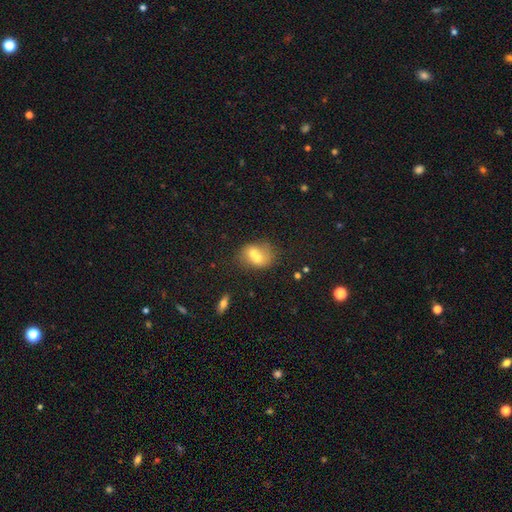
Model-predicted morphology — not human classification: This is likely a smooth galaxy (63%). How rounded: possibly round (51%). Merging: likely merger (66%).